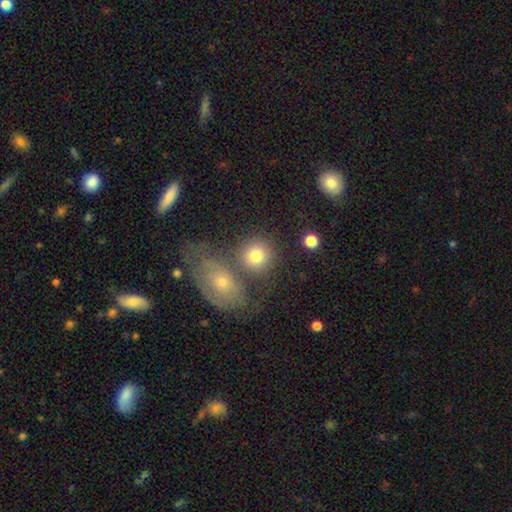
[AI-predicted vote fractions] Smooth or featured? Predicted: smooth (p=0.72). How rounded? Predicted: round (p=0.83). Merging? Predicted: none (p=0.57).